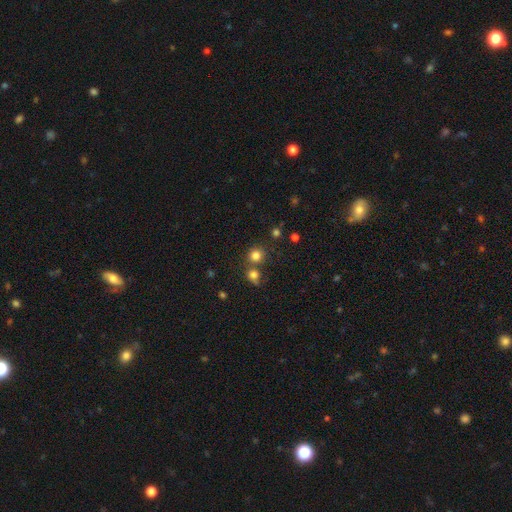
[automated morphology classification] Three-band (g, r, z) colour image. It shows a smooth galaxy with no disk features (80%) that is round (89%). Merging: none (65%).